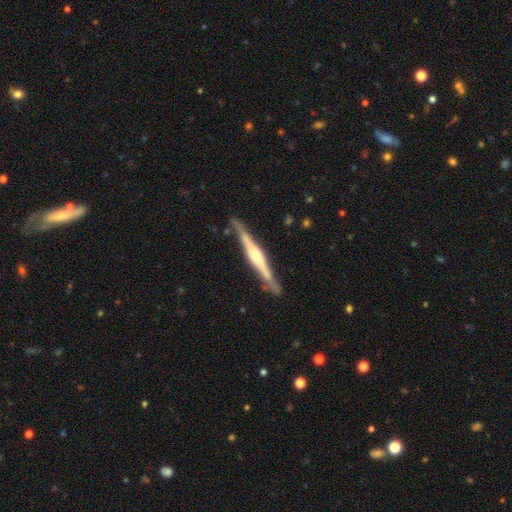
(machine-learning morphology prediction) smooth-or-featured: featured or disk: 76% | smooth: 19% | star or artifact: 5%
  disk-edge-on: yes: 95% | no: 5%
    edge-on-bulge: rounded: 61% | boxy: 21% | none: 17%
  merging: none: 82% | minor disturbance: 14% | major disturbance: 3% | merger: 2%